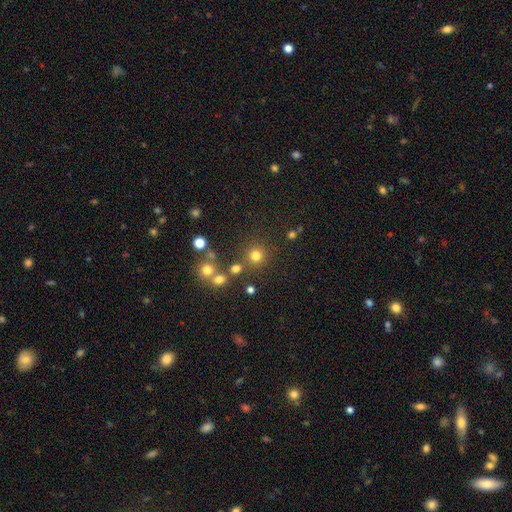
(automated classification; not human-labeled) The model was most divided on "smooth or featured": smooth: 75%, star or artifact: 18%, featured or disk: 7%. More confident: how rounded — round (93%); merging — none (79%).